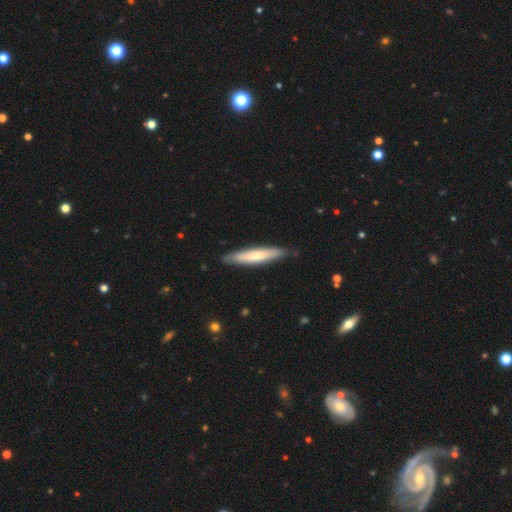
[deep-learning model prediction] Smooth or featured? Predicted: smooth (p=0.66). How rounded? Predicted: cigar-shaped (p=0.90). Merging? Predicted: none (p=0.86).